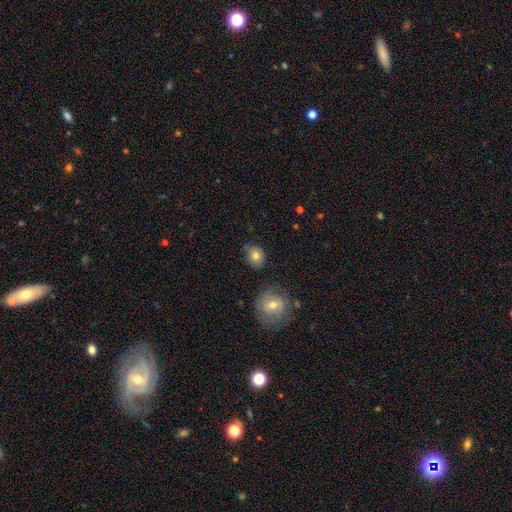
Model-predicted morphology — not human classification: Smooth or featured?
  - smooth: 79% *
  - featured or disk: 11%
  - star or artifact: 9%
How rounded?
  - round: 64% *
  - in between: 35%
  - cigar-shaped: 1%
Merging?
  - none: 76% *
  - minor disturbance: 16%
  - merger: 4%
  - major disturbance: 4%